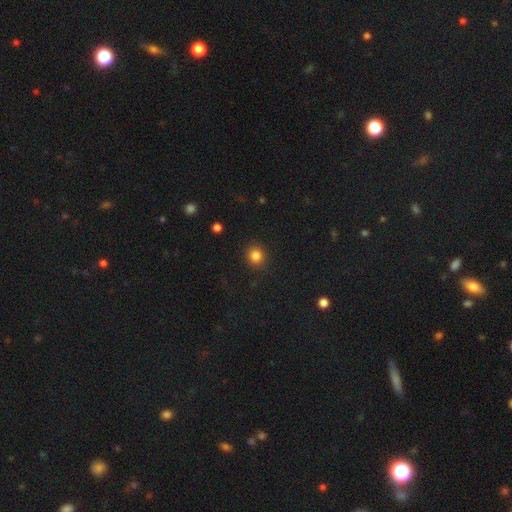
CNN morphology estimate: The model was most divided on "smooth or featured": smooth: 84%, star or artifact: 12%, featured or disk: 4%. More confident: merging — none (91%); how rounded — round (88%).